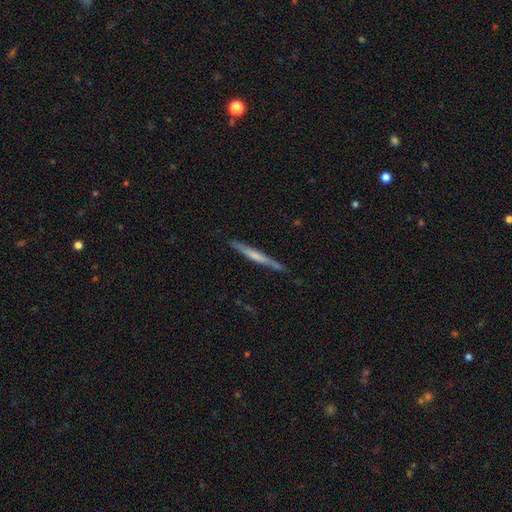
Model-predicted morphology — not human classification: A featured or disk galaxy (51%) viewed edge-on (96%).

Vote fractions:
- Smooth or featured? featured or disk: 51% / smooth: 44% / star or artifact: 6%
- Edge-on disk? yes: 96% / no: 4%
- Merging? none: 84% / minor disturbance: 12% / major disturbance: 2% / merger: 2%